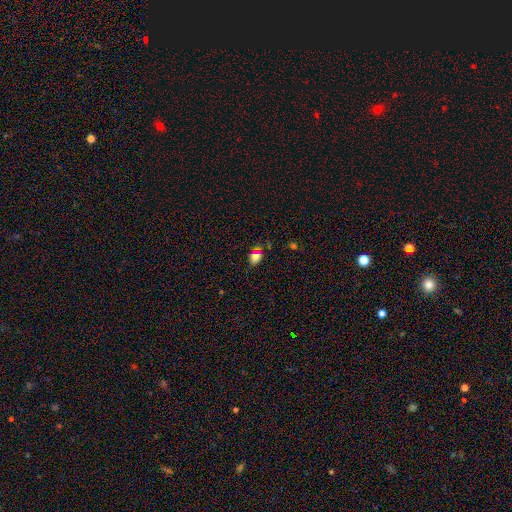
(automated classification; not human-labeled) smooth_or_featured: smooth (p=0.74) [alt: star or artifact p=0.14]
how_rounded: in between (p=0.80) [alt: round p=0.16]
merging: none (p=0.65) [alt: minor disturbance p=0.25]